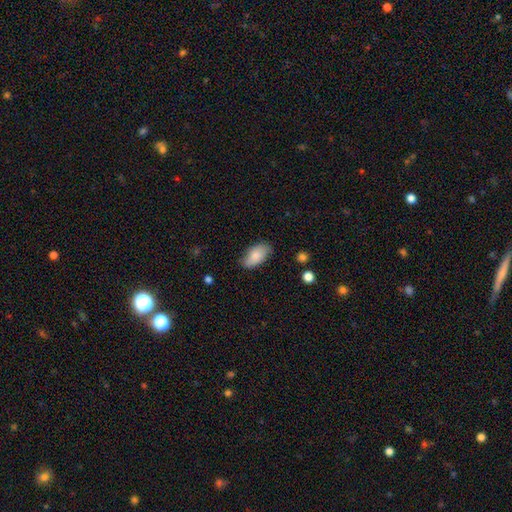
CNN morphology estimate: Overall: smooth (84%). How rounded: in between (93%). Merging: none (78%).